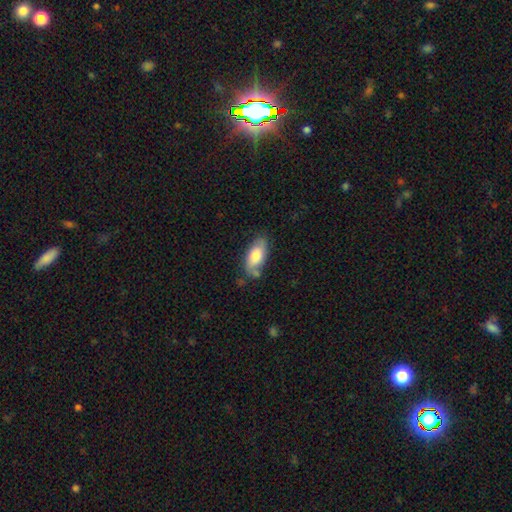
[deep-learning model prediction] A smooth galaxy with no disk features (70%) that is in between round and cigar-shaped (88%).

Vote fractions:
- Smooth or featured? smooth: 70% / featured or disk: 23% / star or artifact: 6%
- How rounded? in between: 88% / cigar-shaped: 9% / round: 3%
- Merging? none: 66% / minor disturbance: 23% / merger: 6% / major disturbance: 5%